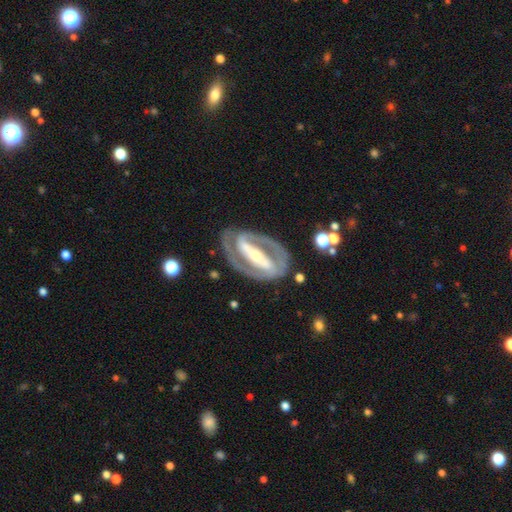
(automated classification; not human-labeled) The model was most divided on "bulge size": small: 48%, moderate: 43%, large: 6%, none: 2%, dominant: 2%. More confident: edge-on disk — no (94%); smooth or featured — featured or disk (90%); spiral arms — yes (89%); spiral arm count — 2 (88%); bar — strong (83%); merging — none (81%); spiral winding — tight (54%).